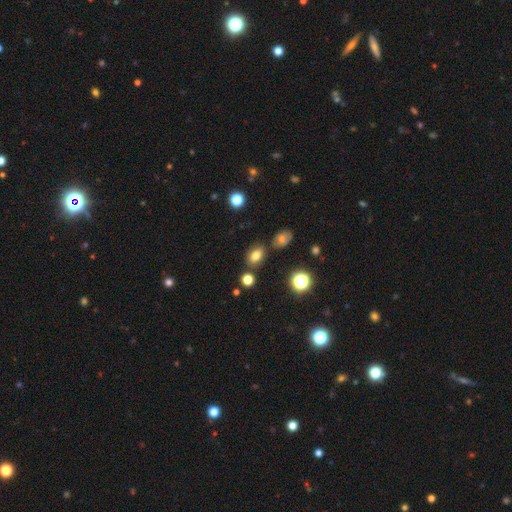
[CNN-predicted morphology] Smooth or featured: smooth — 76% (star or artifact — 15%)
How rounded: in between — 79% (round — 20%)
Merging: none — 75% (minor disturbance — 12%)